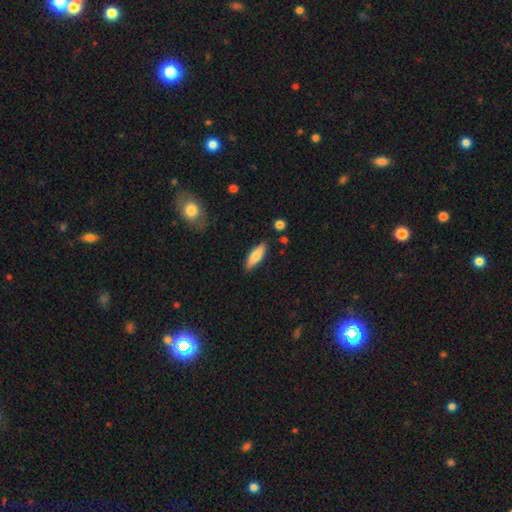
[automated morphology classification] Smooth or featured? Predicted: smooth (p=0.73). How rounded? Predicted: in between (p=0.50). Merging? Predicted: none (p=0.83).